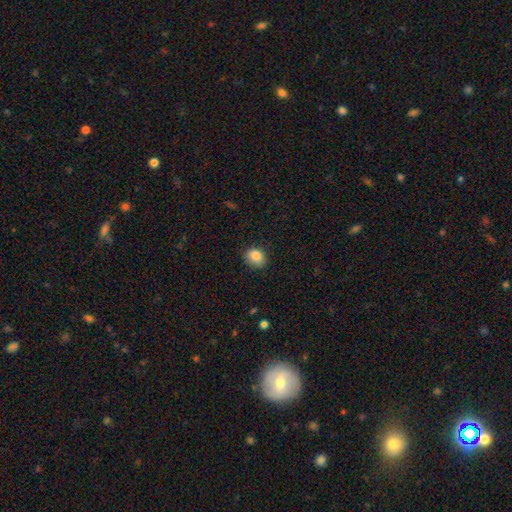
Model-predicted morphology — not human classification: A smooth galaxy with no disk features (84%) that is round (61%). Merging: none (82%).